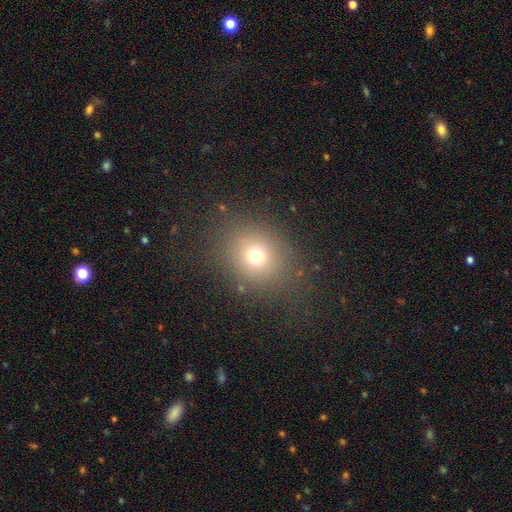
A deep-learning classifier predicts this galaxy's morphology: smooth_or_featured: smooth (p=0.70) [alt: star or artifact p=0.19]
how_rounded: round (p=0.73) [alt: in between p=0.26]
merging: none (p=0.82) [alt: minor disturbance p=0.10]